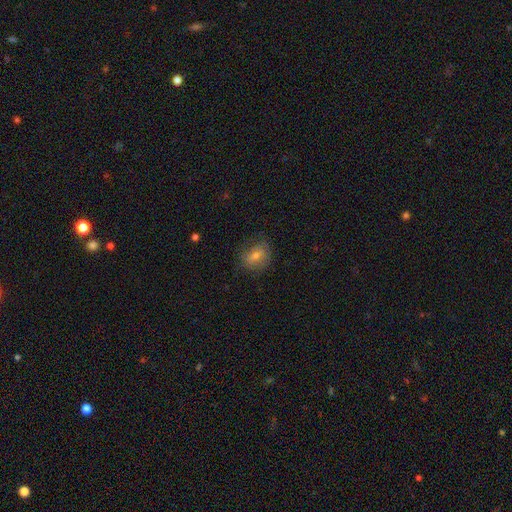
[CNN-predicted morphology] Smooth or featured? smooth (64%)
How rounded? round (56%)
Merging? none (74%)